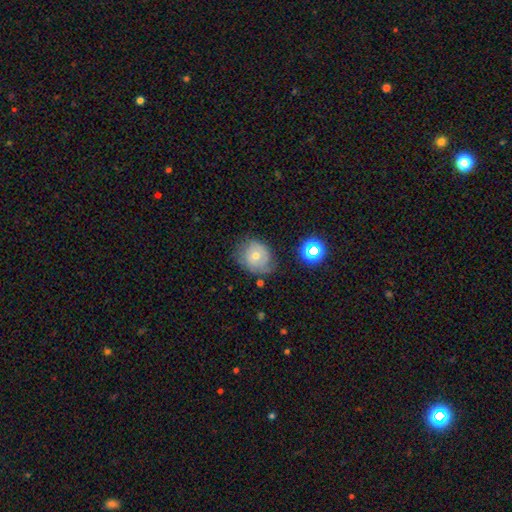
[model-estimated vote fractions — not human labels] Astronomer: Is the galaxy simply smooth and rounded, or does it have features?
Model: featured or disk — 48% (runner-up: smooth, 40%).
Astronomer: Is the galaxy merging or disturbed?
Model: none — 61%.